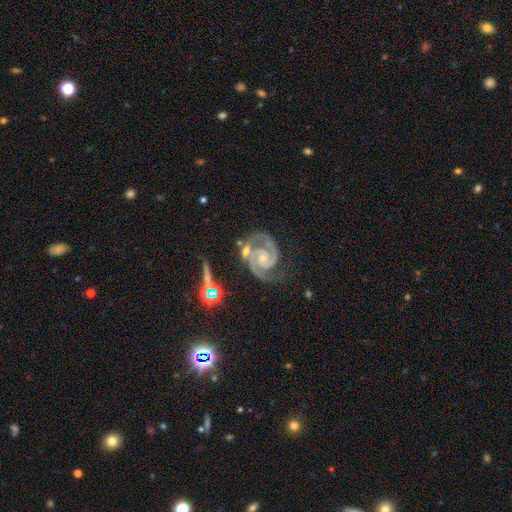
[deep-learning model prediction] Smooth or featured?
  - featured or disk: 91% *
  - star or artifact: 6%
  - smooth: 3%
Edge-on disk?
  - no: 98% *
  - yes: 2%
Bar?
  - no: 60% *
  - weak: 29%
  - strong: 11%
Spiral arms?
  - yes: 99% *
  - no: 1%
Spiral winding?
  - tight: 57% *
  - medium: 38%
  - loose: 5%
Spiral arm count?
  - 2: 89% *
  - 3: 5%
  - can't tell: 2%
  - 1: 1%
  - 4: 1%
  - more than 4: 1%
Bulge size?
  - small: 63% *
  - moderate: 30%
  - none: 5%
  - large: 1%
  - dominant: 1%
Merging?
  - none: 66% *
  - minor disturbance: 18%
  - major disturbance: 8%
  - merger: 8%